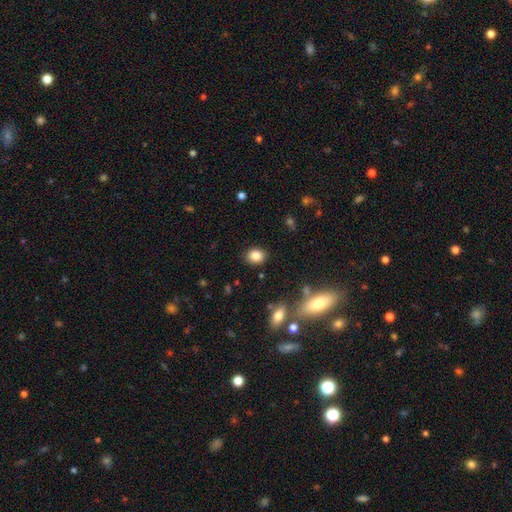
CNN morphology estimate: smooth_or_featured: smooth (p=0.84) [alt: star or artifact p=0.10]
how_rounded: round (p=0.53) [alt: in between p=0.46]
merging: none (p=0.87) [alt: minor disturbance p=0.08]